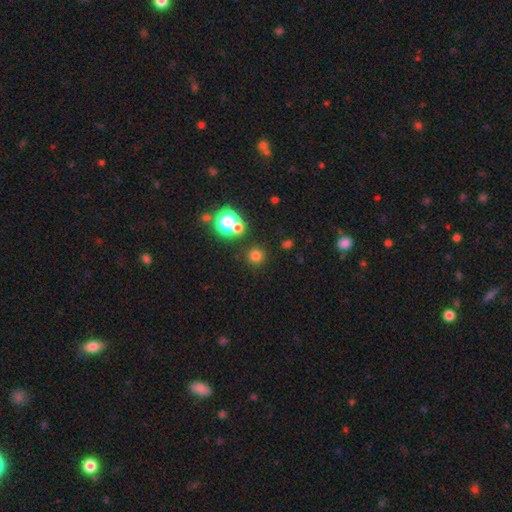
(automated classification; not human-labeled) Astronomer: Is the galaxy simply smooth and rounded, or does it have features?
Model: smooth — 71%.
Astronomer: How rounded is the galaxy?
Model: round — 94%.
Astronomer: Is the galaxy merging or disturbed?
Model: none — 84%.